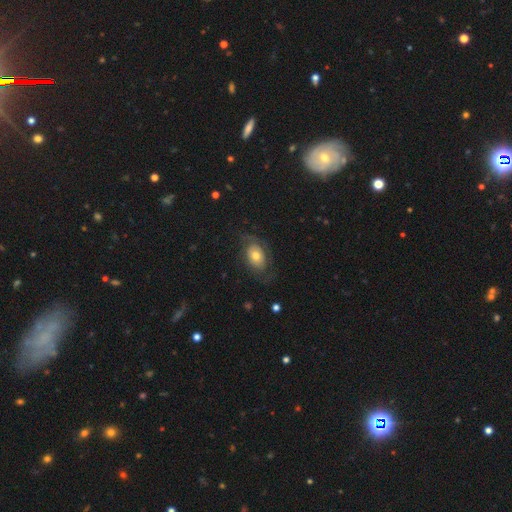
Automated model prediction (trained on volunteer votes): A smooth galaxy with no disk features (46%, tied with featured or disk). Merging: none (63%).